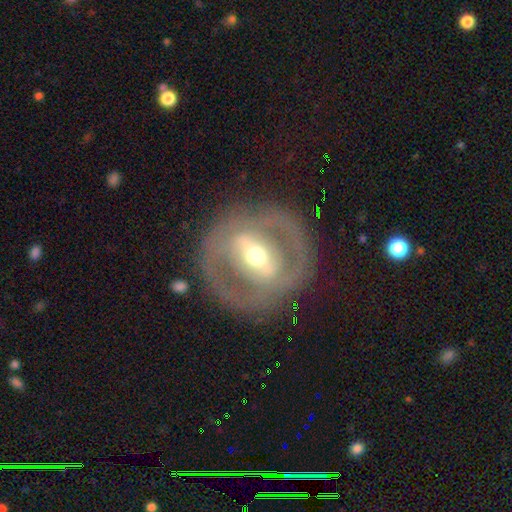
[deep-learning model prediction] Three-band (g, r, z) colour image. It shows a featured or disk galaxy (74%) with a strong bar (52%), no spiral arms (66%) and a moderate central bulge (59%). Merging: none (77%).